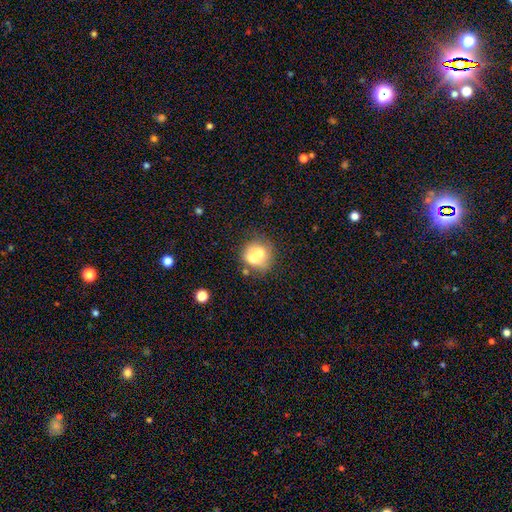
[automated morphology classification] type=smooth (59%); roundness=round (74%); merging=merger (47%).